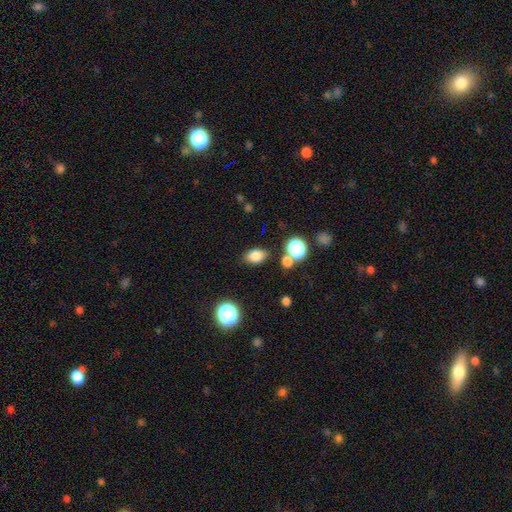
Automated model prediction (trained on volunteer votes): Smooth or featured: smooth — 79% (star or artifact — 12%)
How rounded: in between — 80% (round — 18%)
Merging: none — 80% (minor disturbance — 11%)